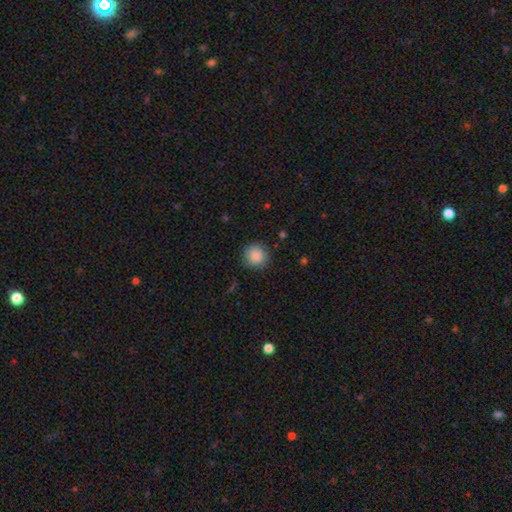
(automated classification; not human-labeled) Smooth or featured?
  - smooth: 88% *
  - star or artifact: 8%
  - featured or disk: 4%
How rounded?
  - round: 93% *
  - in between: 6%
  - cigar-shaped: 1%
Merging?
  - none: 87% *
  - minor disturbance: 10%
  - major disturbance: 3%
  - merger: 1%